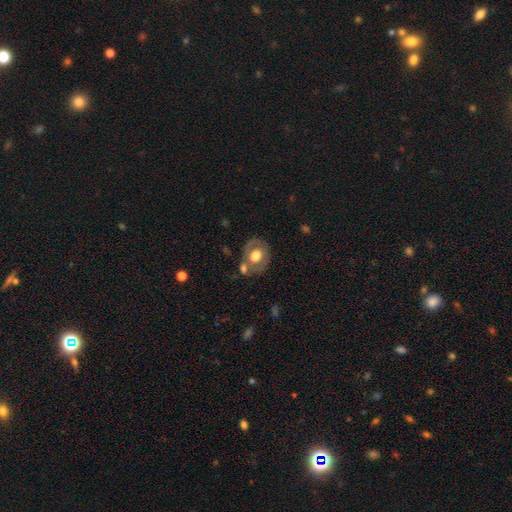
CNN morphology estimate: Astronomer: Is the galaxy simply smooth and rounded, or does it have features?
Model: smooth — 52% (runner-up: featured or disk, 41%).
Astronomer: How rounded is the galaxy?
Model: round — 53% (runner-up: in between, 46%).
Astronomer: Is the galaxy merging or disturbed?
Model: none — 60%.